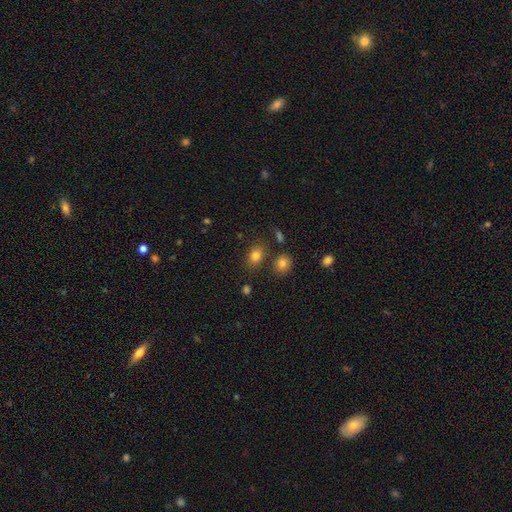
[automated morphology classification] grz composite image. It shows a smooth galaxy with no disk features (80%) that is in between round and cigar-shaped (63%). Merging: none (76%).